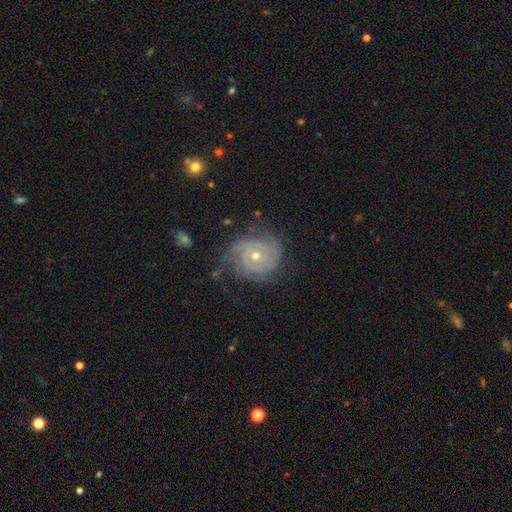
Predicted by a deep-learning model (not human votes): The model was most divided on "spiral arm count": can't tell: 29%, 2: 27%, 3: 24%, 4: 8%, 1: 7%, more than 4: 5%. More confident: edge-on disk — no (97%); spiral arms — yes (94%); smooth or featured — featured or disk (84%); bar — no (77%); spiral winding — tight (71%); merging — none (61%); bulge size — moderate (51%).